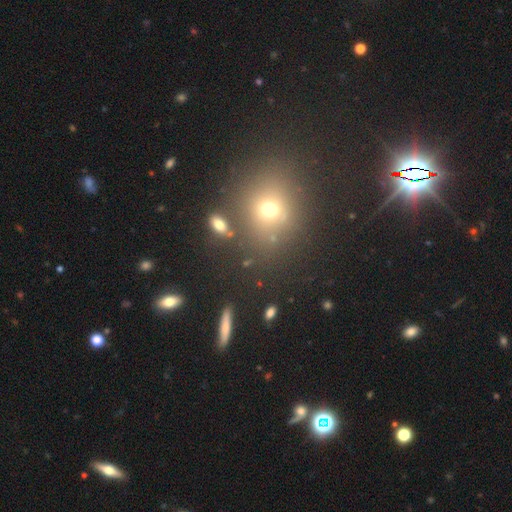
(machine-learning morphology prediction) Smooth or featured?
  - smooth: 48% *
  - star or artifact: 39%
  - featured or disk: 13%
Merging?
  - none: 82% *
  - minor disturbance: 9%
  - merger: 5%
  - major disturbance: 4%